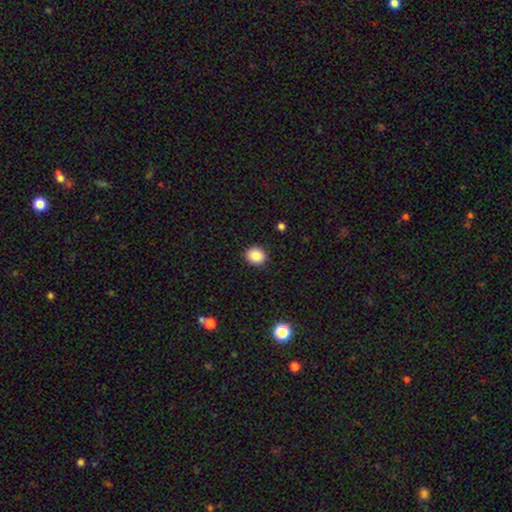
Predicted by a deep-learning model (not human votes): This appears to be a smooth galaxy with no disk features (87%) that is round (77%). Merging: none (90%).